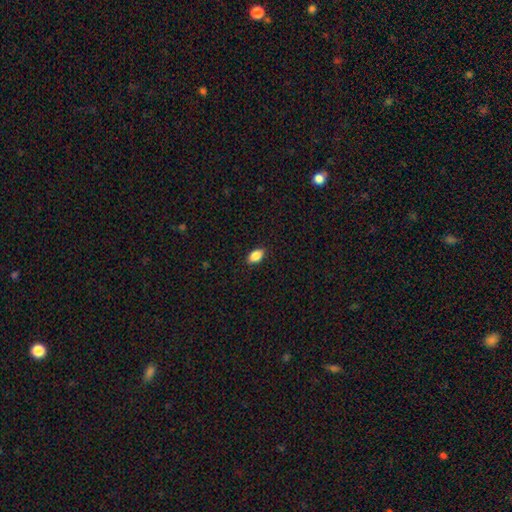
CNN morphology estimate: A smooth galaxy with no disk features (88%) that is in between round and cigar-shaped (89%). Merging: none (87%).